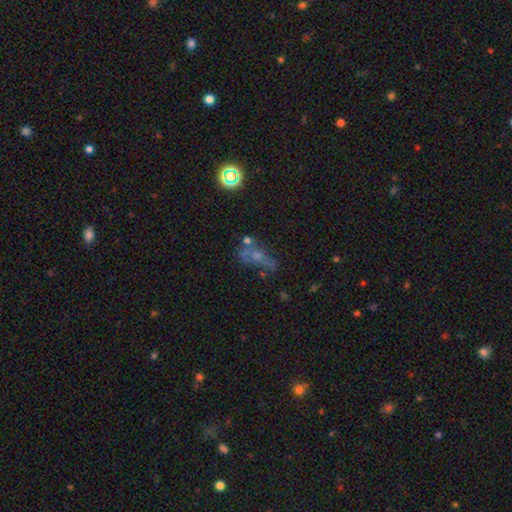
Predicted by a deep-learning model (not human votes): Smooth or featured? Predicted: featured or disk (p=0.38). Merging? Predicted: none (p=0.32).